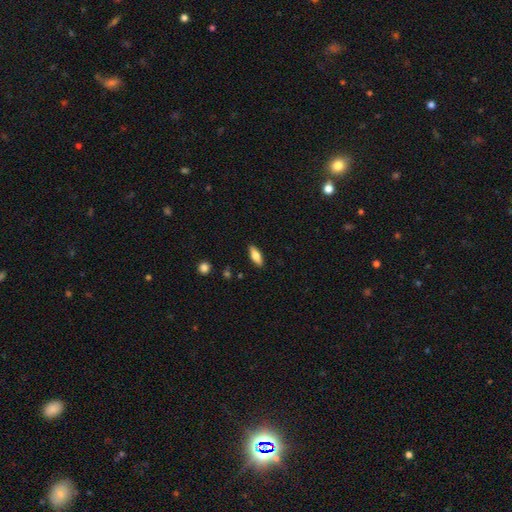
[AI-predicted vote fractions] smooth-or-featured: smooth: 76% | featured or disk: 18% | star or artifact: 6%
  how-rounded: in between: 71% | cigar-shaped: 27% | round: 2%
  merging: none: 88% | minor disturbance: 9% | major disturbance: 2% | merger: 1%